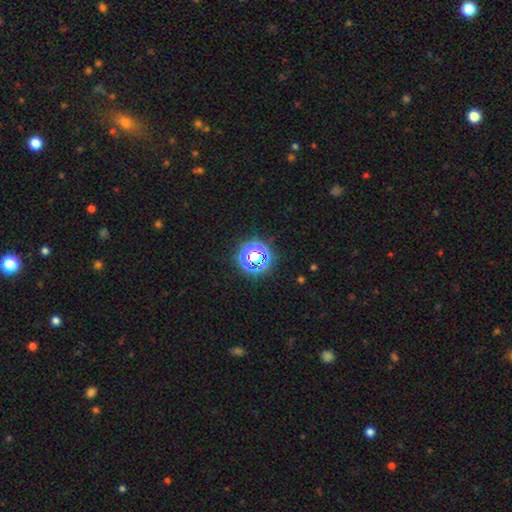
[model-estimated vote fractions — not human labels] smooth_or_featured: star or artifact (p=0.63) [alt: smooth p=0.27]